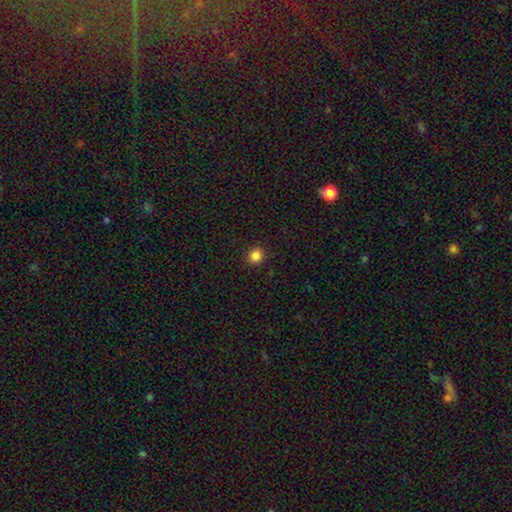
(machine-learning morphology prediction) type=smooth (85%); roundness=round (91%); merging=none (92%).